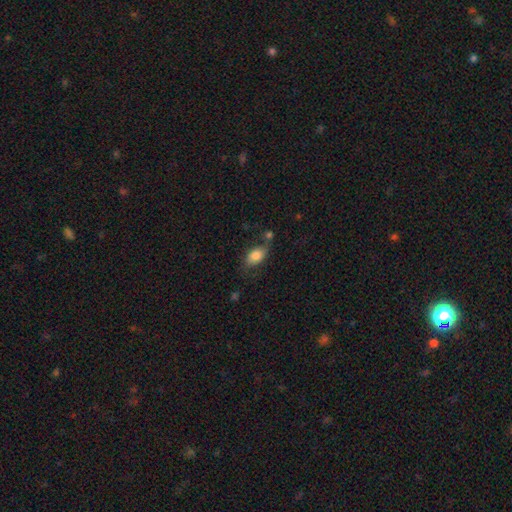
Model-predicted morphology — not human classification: Smooth or featured? smooth (77%)
How rounded? in between (88%)
Merging? none (57%)